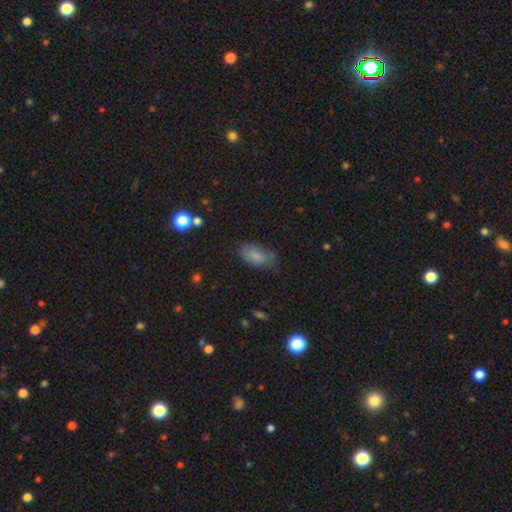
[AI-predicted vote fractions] This appears to be a smooth galaxy with no disk features (82%) that is in between round and cigar-shaped (91%). Merging: none (67%).